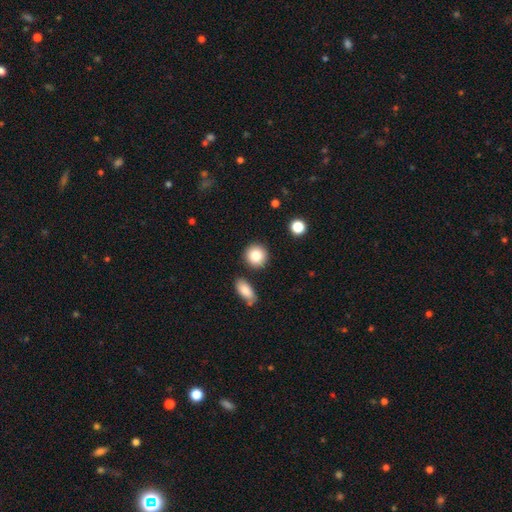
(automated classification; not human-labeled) smooth 86%, star or artifact 8%, featured or disk 6%. Down the decision tree: how rounded — round (89%); merging — none (85%).